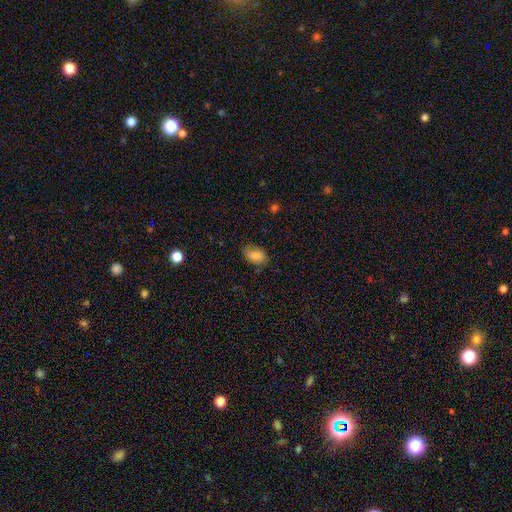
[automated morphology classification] smooth-or-featured: smooth: 80% | featured or disk: 12% | star or artifact: 8%
  how-rounded: in between: 87% | round: 12% | cigar-shaped: 2%
  merging: none: 63% | minor disturbance: 28% | major disturbance: 7% | merger: 2%